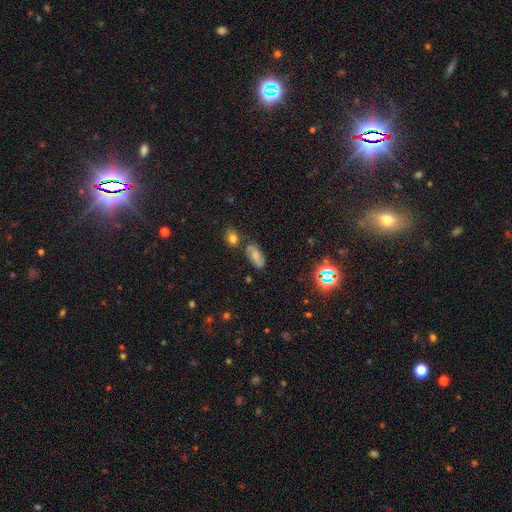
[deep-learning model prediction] Smooth or featured? Predicted: featured or disk (p=0.44). Merging? Predicted: none (p=0.65).